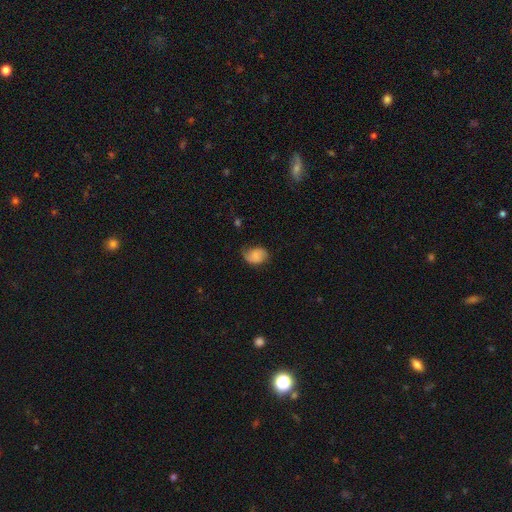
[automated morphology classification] A smooth galaxy with no disk features (71%) that is in between round and cigar-shaped (64%).

Vote fractions:
- Smooth or featured? smooth: 71% / featured or disk: 21% / star or artifact: 9%
- How rounded? in between: 64% / round: 35% / cigar-shaped: 1%
- Merging? none: 54% / minor disturbance: 33% / major disturbance: 11% / merger: 2%